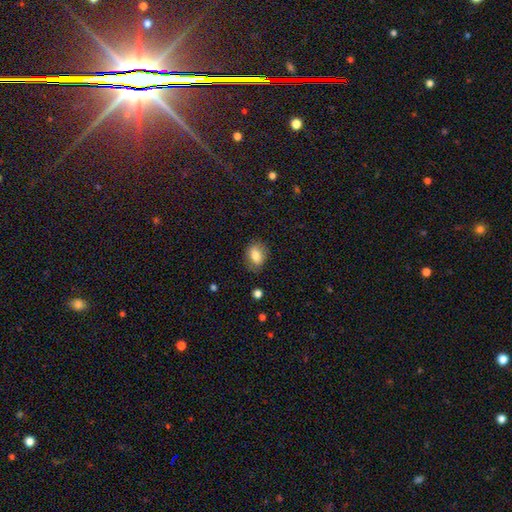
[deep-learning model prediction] smooth-or-featured: smooth: 79% | featured or disk: 12% | star or artifact: 9%
  how-rounded: in between: 72% | round: 26% | cigar-shaped: 2%
  merging: none: 77% | minor disturbance: 17% | major disturbance: 4% | merger: 1%